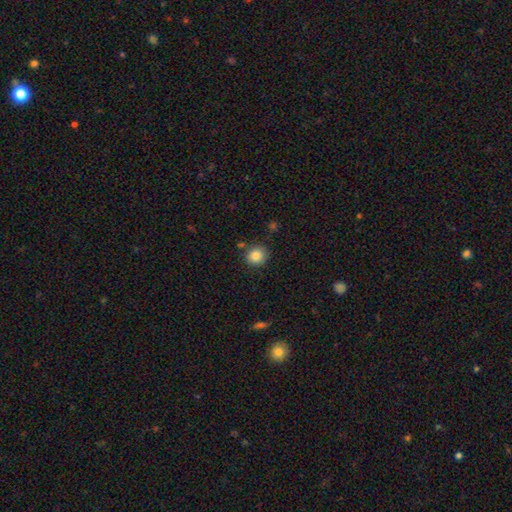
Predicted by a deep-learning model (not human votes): This is clearly a smooth galaxy (86%). How rounded: clearly round (84%). Merging: clearly none (82%).